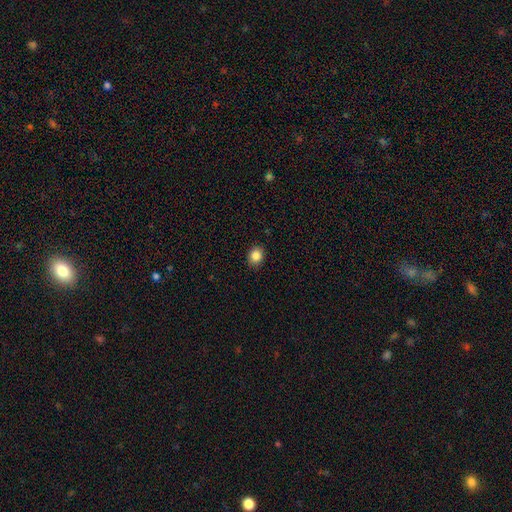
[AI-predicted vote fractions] smooth_or_featured: smooth (p=0.85) [alt: star or artifact p=0.10]
how_rounded: round (p=0.56) [alt: in between p=0.43]
merging: none (p=0.89) [alt: minor disturbance p=0.08]